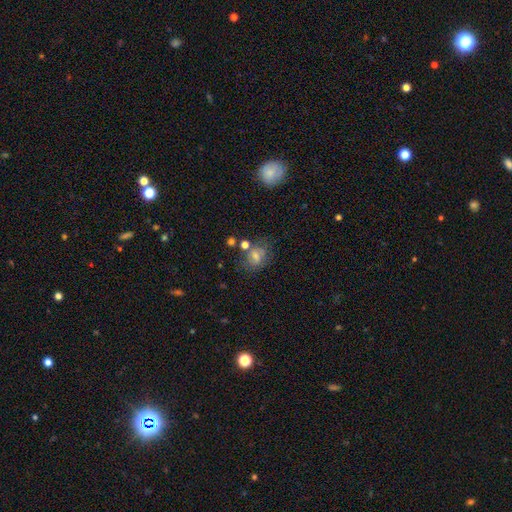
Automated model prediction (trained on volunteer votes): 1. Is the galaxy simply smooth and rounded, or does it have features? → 46% smooth, 27% featured or disk, 26% star or artifact.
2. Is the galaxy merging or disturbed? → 64% none, 18% minor disturbance, 10% major disturbance, 8% merger.